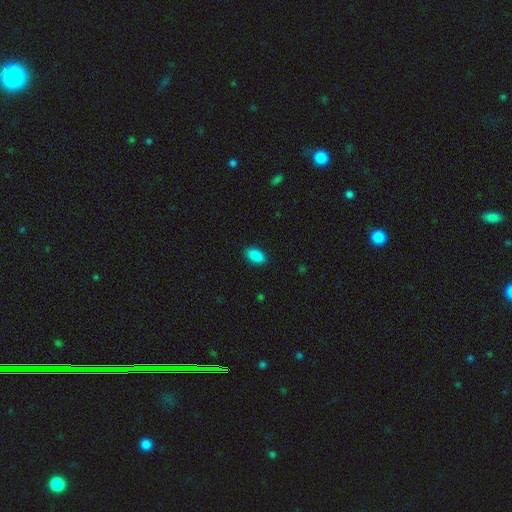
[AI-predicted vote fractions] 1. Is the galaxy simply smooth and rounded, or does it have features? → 90% smooth, 8% star or artifact, 2% featured or disk.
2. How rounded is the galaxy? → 93% in between, 4% round, 3% cigar-shaped.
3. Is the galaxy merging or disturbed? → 88% none, 9% minor disturbance, 2% major disturbance, 1% merger.